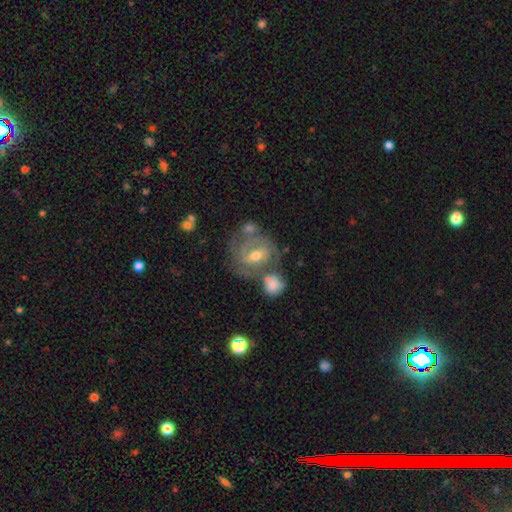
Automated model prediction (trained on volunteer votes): The model was most divided on "spiral arm count": 2: 38%, 3: 25%, can't tell: 24%, 4: 5%, 1: 5%, more than 4: 3%. Remaining: edge-on disk — no (97%); spiral arms — yes (92%); smooth or featured — featured or disk (82%); bulge size — moderate (65%); spiral winding — tight (57%); bar — weak (50%); merging — none (48%).